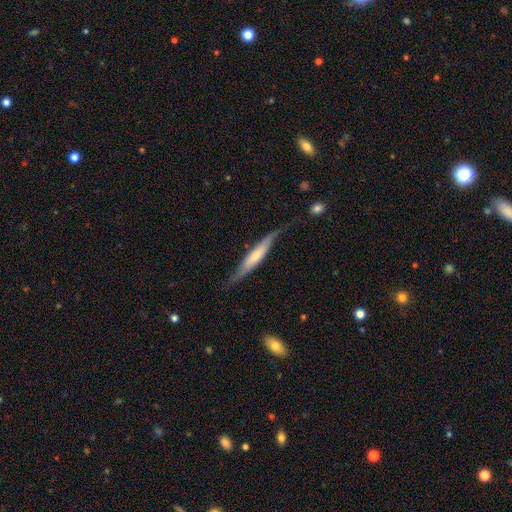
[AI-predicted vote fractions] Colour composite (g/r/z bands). It shows a featured or disk galaxy (49%). Merging: none (63%).